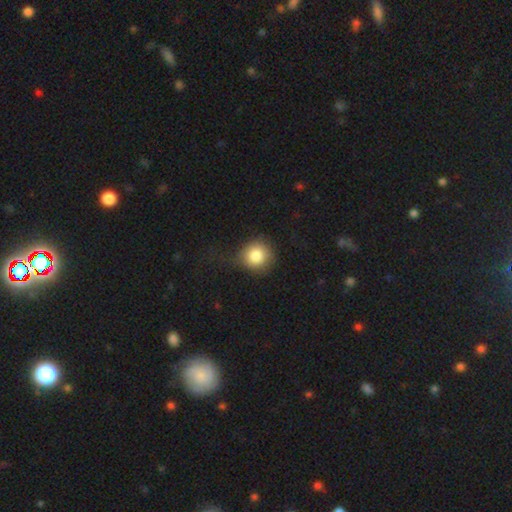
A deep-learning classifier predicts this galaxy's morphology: A smooth galaxy with no disk features (83%) that is round (89%). Merging: none (58%).